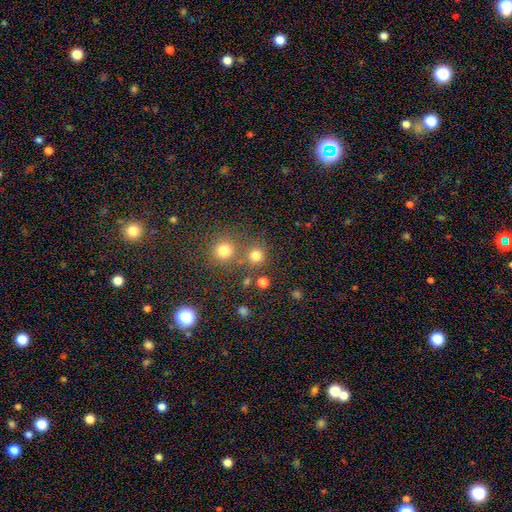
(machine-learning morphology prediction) Q: Smooth or featured?
A: smooth (78%); runner-up: star or artifact (17%)
Q: How rounded?
A: round (91%); runner-up: in between (8%)
Q: Merging?
A: none (69%); runner-up: merger (20%)